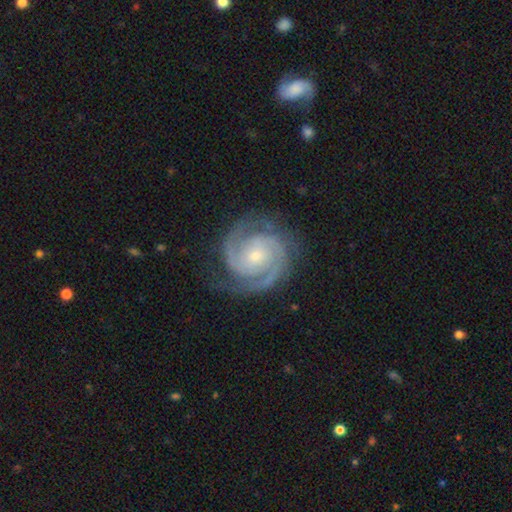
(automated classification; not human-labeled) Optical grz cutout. It shows a featured or disk galaxy (93%) with no bar (66%), 2 (71%) tight (67%) spiral arms (99%) and a small central bulge (65%). Merging: none (80%).